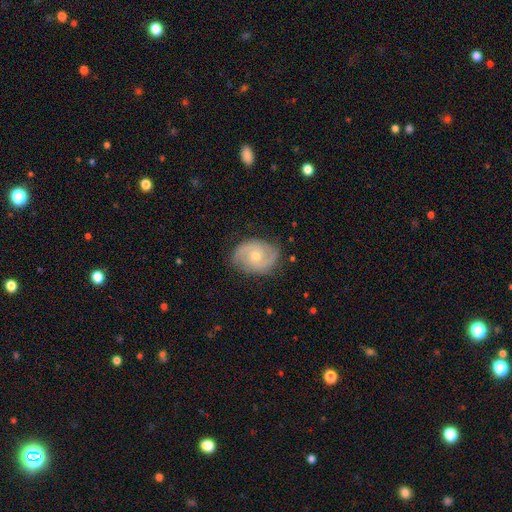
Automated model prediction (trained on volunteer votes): Morphology: type=featured or disk (79%); edge-on=no (97%); bar=no (65%); spiral arms=yes (94%); winding=medium (46%); arm count=2 (81%); bulge=moderate (49%); merging=none (79%).